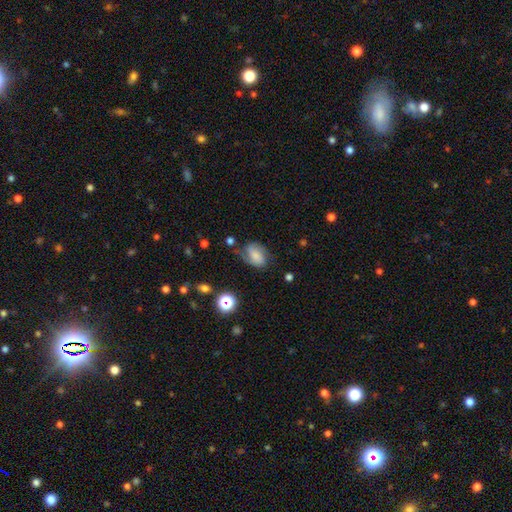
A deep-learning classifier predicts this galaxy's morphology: smooth-or-featured: smooth: 58% | featured or disk: 31% | star or artifact: 11%
  how-rounded: in between: 80% | round: 18% | cigar-shaped: 2%
  merging: none: 45% | minor disturbance: 32% | major disturbance: 20% | merger: 4%